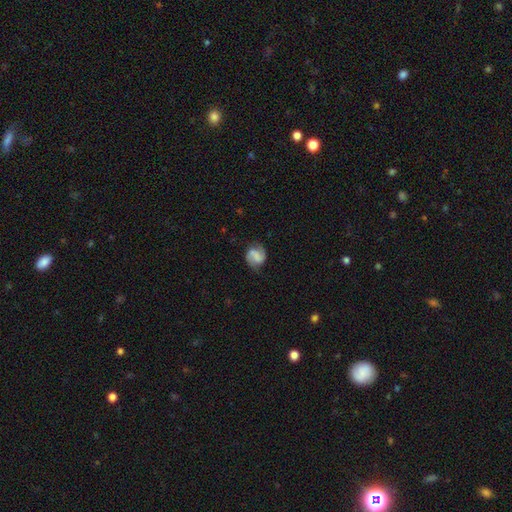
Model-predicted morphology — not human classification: Smooth or featured? Predicted: featured or disk (p=0.68). Edge-on disk? Predicted: no (p=0.98). Bar? Predicted: weak (p=0.43). Spiral arms? Predicted: yes (p=0.94). Spiral winding? Predicted: medium (p=0.47). Spiral arm count? Predicted: 2 (p=0.90). Bulge size? Predicted: none (p=0.53). Merging? Predicted: none (p=0.75).